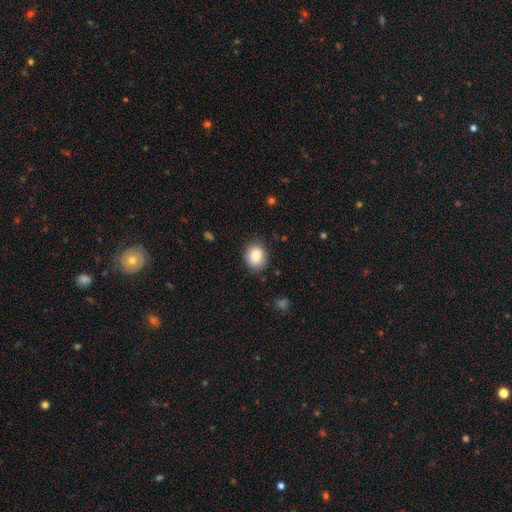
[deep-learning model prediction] Overall: smooth (87%). How rounded: round (60%; in between 39%). Merging: none (82%).